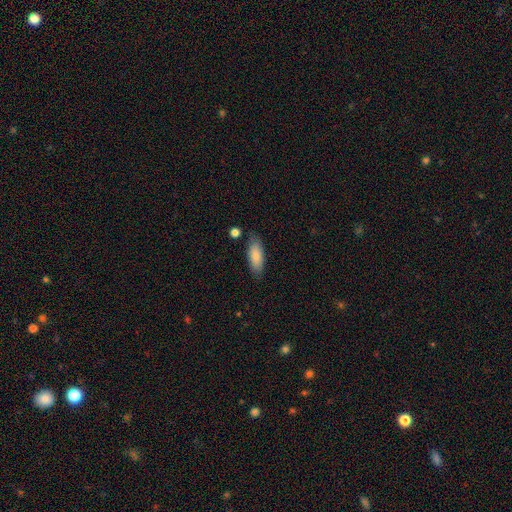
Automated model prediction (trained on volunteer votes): The model was most divided on "how rounded": in between: 72%, cigar-shaped: 26%, round: 2%. More confident: smooth or featured — smooth (83%); merging — none (79%).